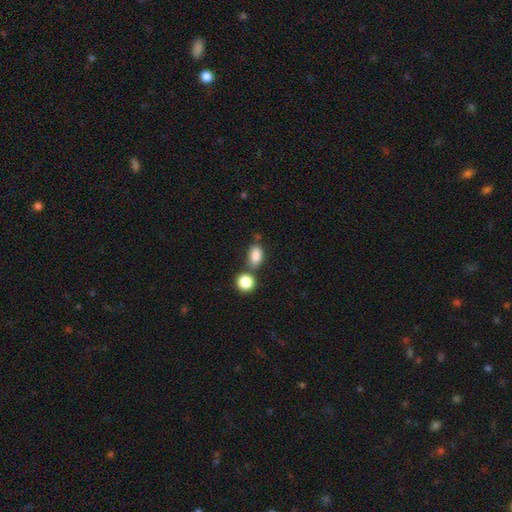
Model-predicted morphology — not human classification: Smooth or featured? Predicted: smooth (p=0.85). How rounded? Predicted: in between (p=0.83). Merging? Predicted: none (p=0.60).